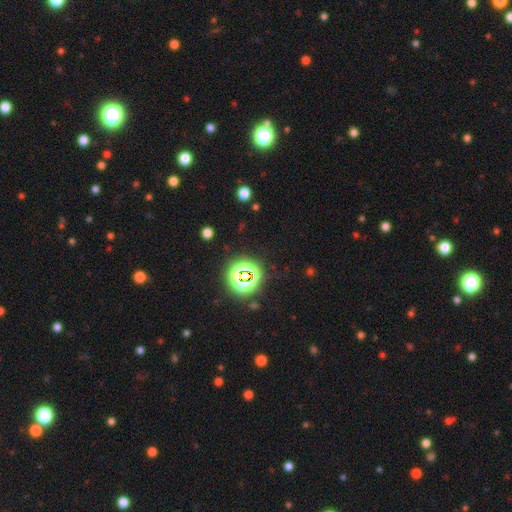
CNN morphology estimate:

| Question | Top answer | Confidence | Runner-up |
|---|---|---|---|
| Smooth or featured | star or artifact | 81% | smooth (12%) |